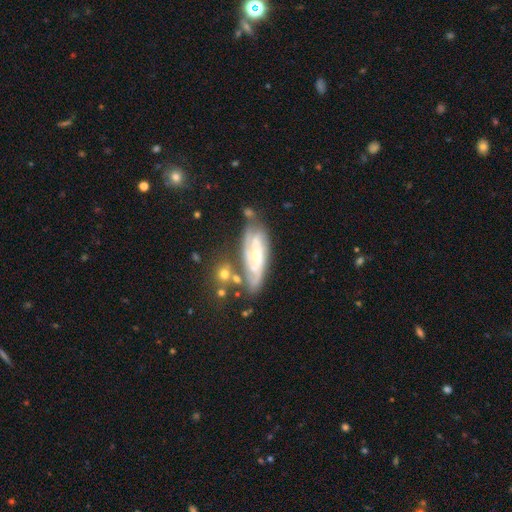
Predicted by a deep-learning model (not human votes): A featured or disk galaxy (79%) with no bar (57%), 2 (35%) tight (59%) spiral arms (93%) and a small central bulge (56%). Merging: none (61%).